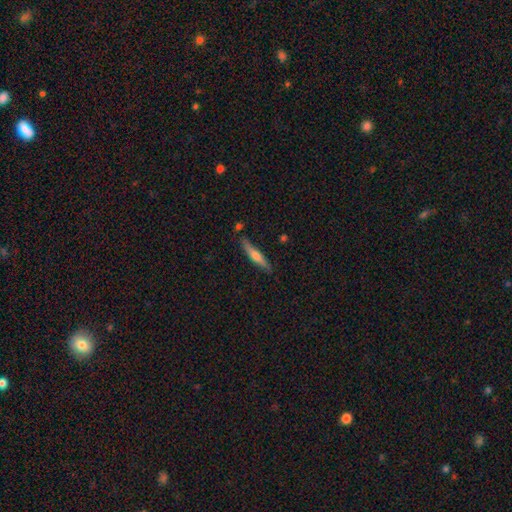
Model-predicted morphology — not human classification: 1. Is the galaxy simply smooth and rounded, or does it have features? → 51% smooth, 43% featured or disk, 6% star or artifact.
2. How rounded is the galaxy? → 88% cigar-shaped, 11% in between, 2% round.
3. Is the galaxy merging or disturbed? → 77% none, 16% minor disturbance, 4% merger, 3% major disturbance.